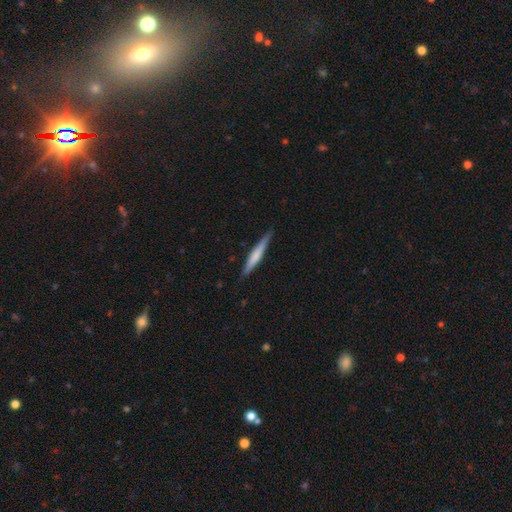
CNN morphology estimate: Smooth or featured: smooth — 56% (featured or disk — 39%)
How rounded: cigar-shaped — 95% (in between — 4%)
Merging: none — 87% (minor disturbance — 10%)